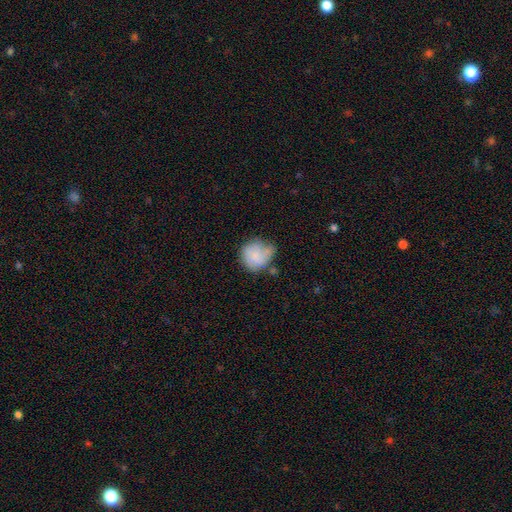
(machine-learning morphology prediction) Q: Smooth or featured?
A: smooth (78%); runner-up: featured or disk (14%)
Q: How rounded?
A: round (79%); runner-up: in between (20%)
Q: Merging?
A: none (41%); runner-up: minor disturbance (36%)